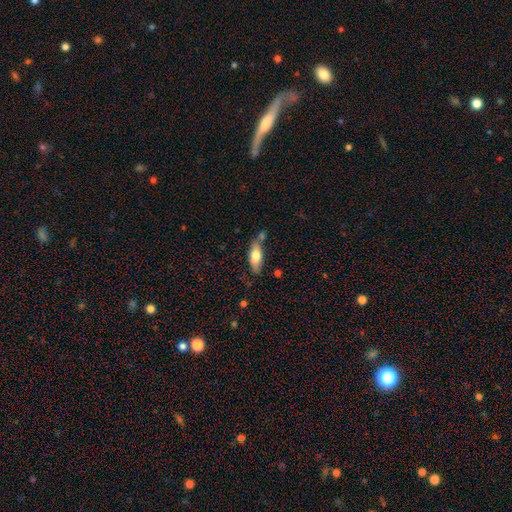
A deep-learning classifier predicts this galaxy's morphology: Q: Smooth or featured?
A: smooth (67%); runner-up: featured or disk (27%)
Q: How rounded?
A: in between (69%); runner-up: cigar-shaped (29%)
Q: Merging?
A: none (60%); runner-up: minor disturbance (21%)